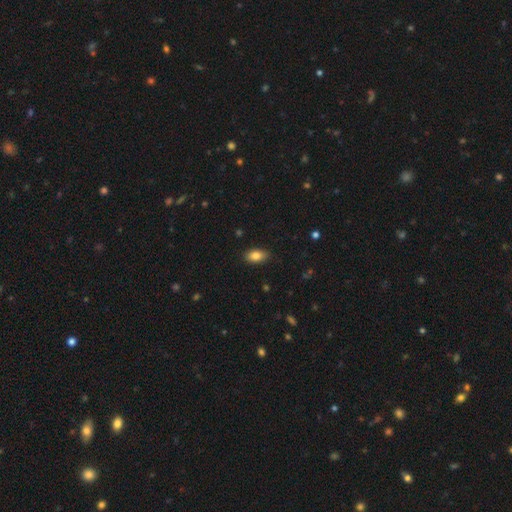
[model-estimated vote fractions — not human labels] smooth 84%, star or artifact 8%, featured or disk 8%. Down the decision tree: how rounded — in between (90%); merging — none (86%).